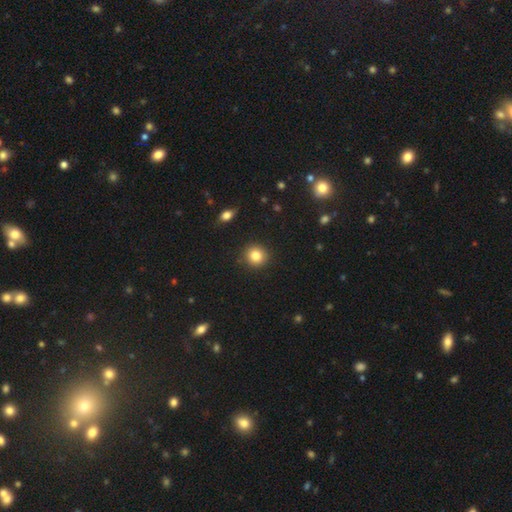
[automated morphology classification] A smooth galaxy with no disk features (83%) that is round (89%).

Vote fractions:
- Smooth or featured? smooth: 83% / star or artifact: 10% / featured or disk: 7%
- How rounded? round: 89% / in between: 10% / cigar-shaped: 1%
- Merging? none: 90% / minor disturbance: 7% / major disturbance: 2% / merger: 1%